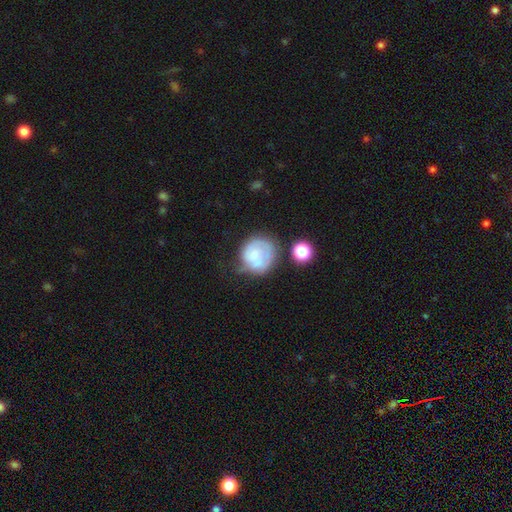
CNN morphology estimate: Overall: featured or disk (54%; smooth 38%). Edge-on disk: no (98%). Bar: no (77%). Spiral arms: yes (69%; no 31%). Bulge size: small (56%; moderate 25%). Merging: none (44%; minor disturbance 28%).